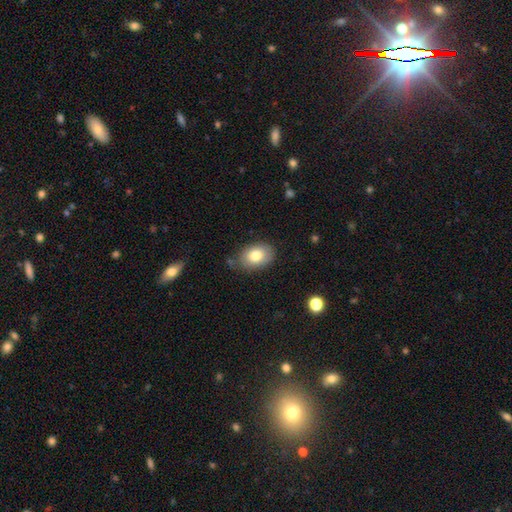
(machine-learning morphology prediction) A smooth galaxy with no disk features (80%) that is in between round and cigar-shaped (81%). Merging: none (74%).